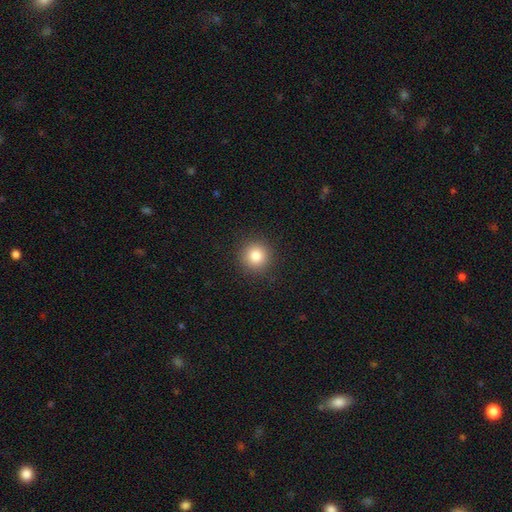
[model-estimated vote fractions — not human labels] Smooth or featured: smooth — 83% (star or artifact — 11%)
How rounded: round — 94% (in between — 5%)
Merging: none — 91% (minor disturbance — 6%)